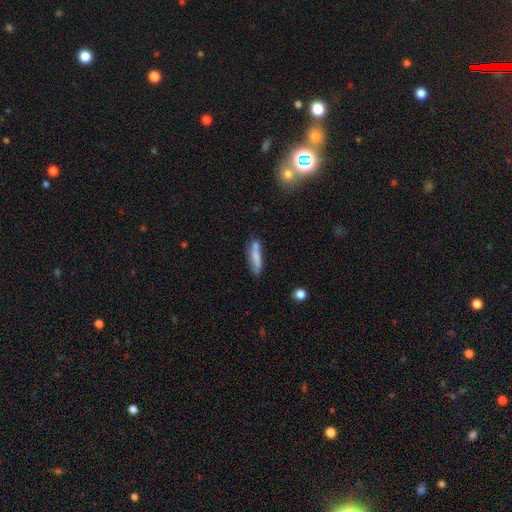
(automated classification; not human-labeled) Smooth or featured? smooth (72%)
How rounded? cigar-shaped (78%)
Merging? none (62%)